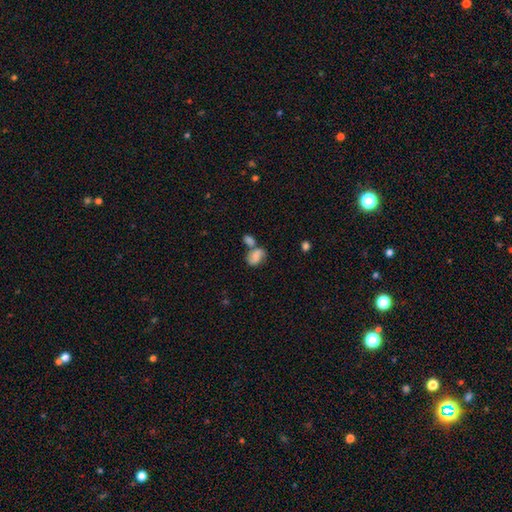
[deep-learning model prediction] smooth_or_featured: smooth (p=0.64) [alt: featured or disk p=0.26]
how_rounded: in between (p=0.80) [alt: round p=0.18]
merging: merger (p=0.45) [alt: none p=0.31]